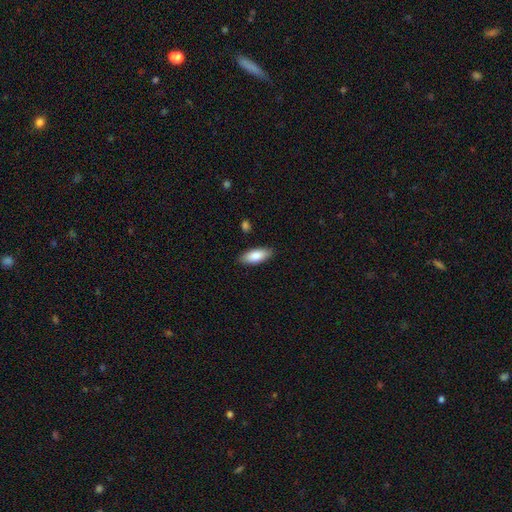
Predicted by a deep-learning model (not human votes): Smooth or featured? Predicted: smooth (p=0.83). How rounded? Predicted: in between (p=0.80). Merging? Predicted: none (p=0.87).